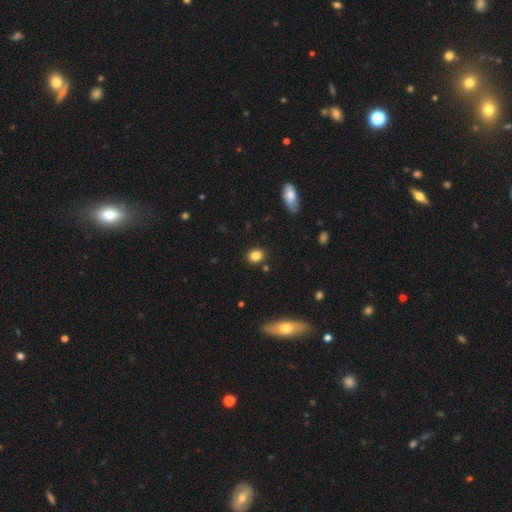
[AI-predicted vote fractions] Smooth or featured?
  - smooth: 84% *
  - star or artifact: 10%
  - featured or disk: 6%
How rounded?
  - round: 59% *
  - in between: 39%
  - cigar-shaped: 1%
Merging?
  - none: 87% *
  - minor disturbance: 8%
  - merger: 2%
  - major disturbance: 2%